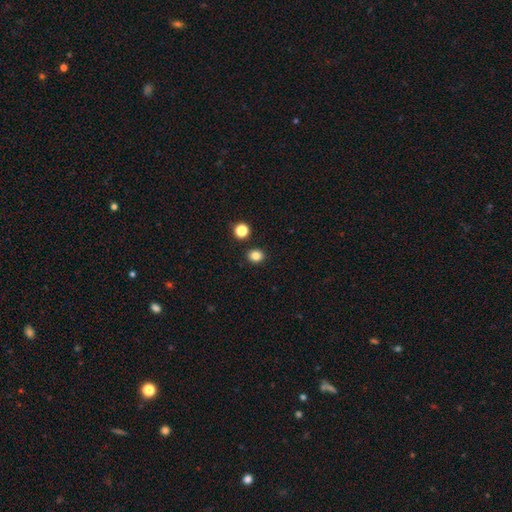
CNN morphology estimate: A smooth galaxy with no disk features (84%) that is round (74%). Merging: none (89%).